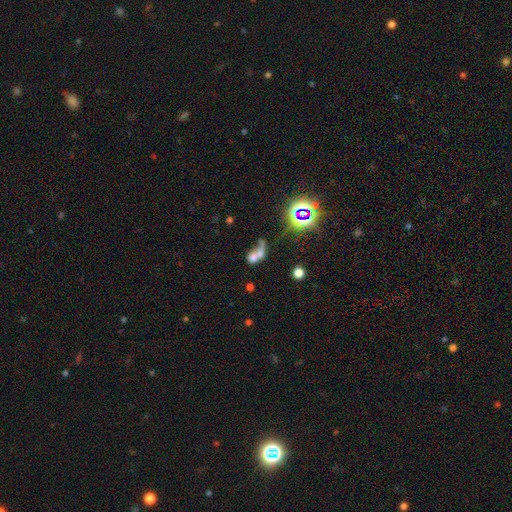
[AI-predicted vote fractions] Smooth or featured? Predicted: smooth (p=0.53). How rounded? Predicted: round (p=0.48). Merging? Predicted: merger (p=0.62).